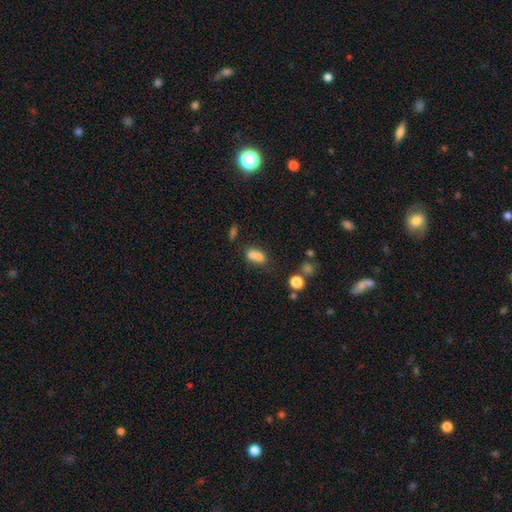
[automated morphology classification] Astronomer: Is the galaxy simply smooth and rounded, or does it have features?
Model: smooth — 71%.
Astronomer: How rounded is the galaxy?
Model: in between — 68%.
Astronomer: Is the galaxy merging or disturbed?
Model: merger — 54% (runner-up: none, 31%).